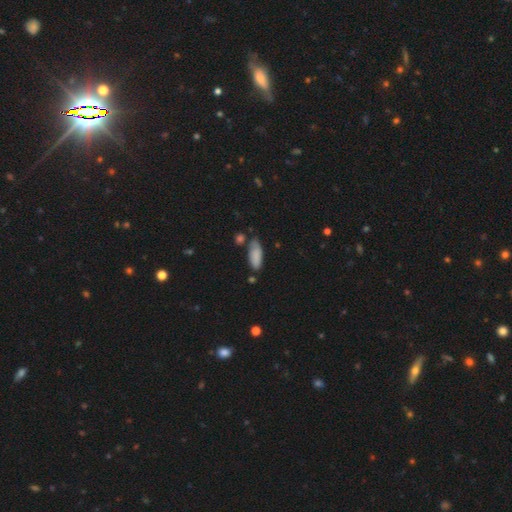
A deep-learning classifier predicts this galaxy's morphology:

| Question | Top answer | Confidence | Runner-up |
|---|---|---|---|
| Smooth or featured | smooth | 84% | featured or disk (10%) |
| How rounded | in between | 74% | cigar-shaped (24%) |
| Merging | none | 65% | minor disturbance (22%) |